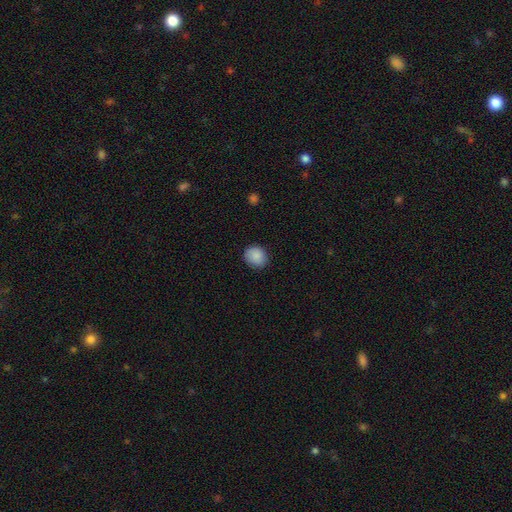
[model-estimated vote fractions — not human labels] Overall: smooth (89%). How rounded: round (73%). Merging: none (86%).